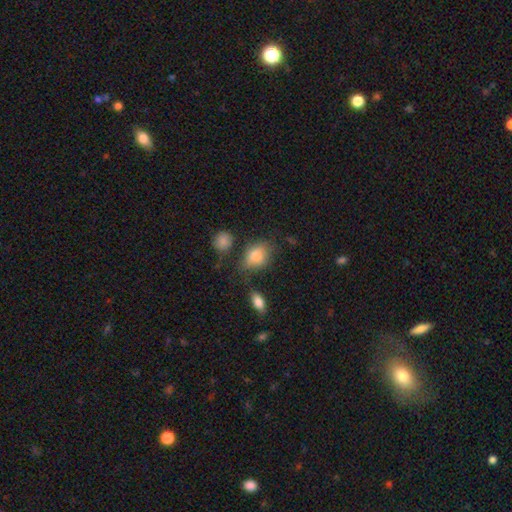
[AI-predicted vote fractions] Smooth or featured? smooth (83%)
How rounded? in between (73%)
Merging? none (62%)